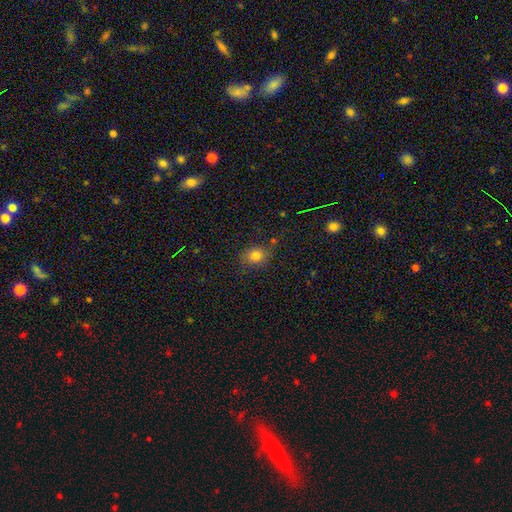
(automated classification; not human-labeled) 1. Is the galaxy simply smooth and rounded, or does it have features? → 79% smooth, 14% star or artifact, 7% featured or disk.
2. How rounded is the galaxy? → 61% round, 38% in between, 1% cigar-shaped.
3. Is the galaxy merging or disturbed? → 77% none, 15% minor disturbance, 4% major disturbance, 3% merger.